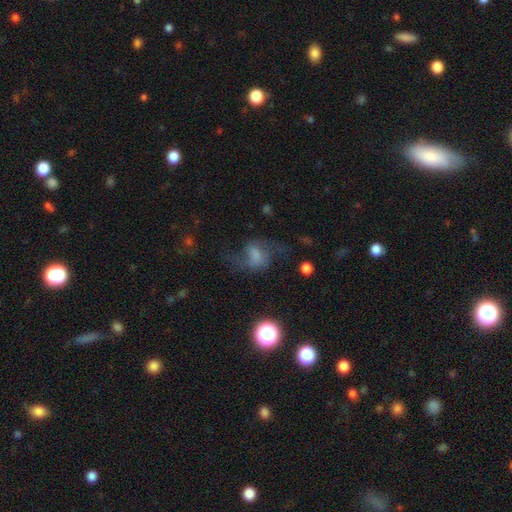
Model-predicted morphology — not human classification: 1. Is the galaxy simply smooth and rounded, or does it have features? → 47% featured or disk, 38% smooth, 14% star or artifact.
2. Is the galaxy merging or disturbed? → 44% none, 32% major disturbance, 20% minor disturbance, 4% merger.